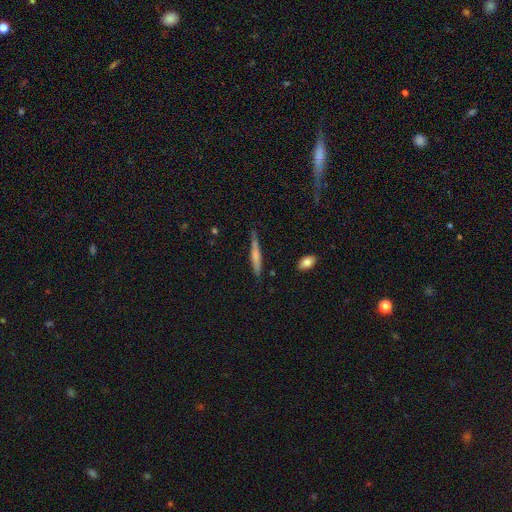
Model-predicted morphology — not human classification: smooth_or_featured: smooth (p=0.57) [alt: featured or disk p=0.37]
how_rounded: cigar-shaped (p=0.93) [alt: in between p=0.05]
merging: none (p=0.79) [alt: minor disturbance p=0.16]